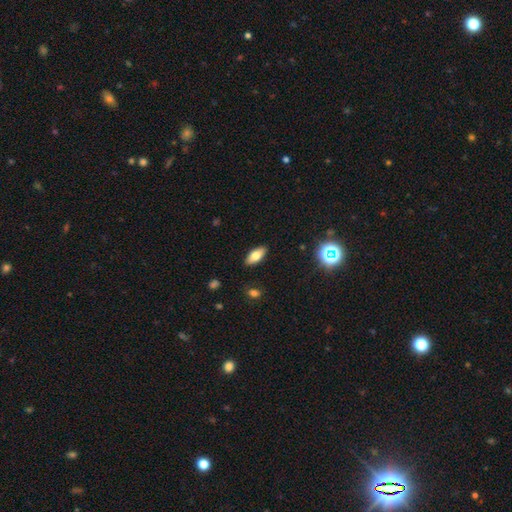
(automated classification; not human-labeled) Smooth or featured?
  - smooth: 73% *
  - featured or disk: 18%
  - star or artifact: 9%
How rounded?
  - in between: 84% *
  - cigar-shaped: 13%
  - round: 3%
Merging?
  - none: 88% *
  - minor disturbance: 9%
  - major disturbance: 2%
  - merger: 1%